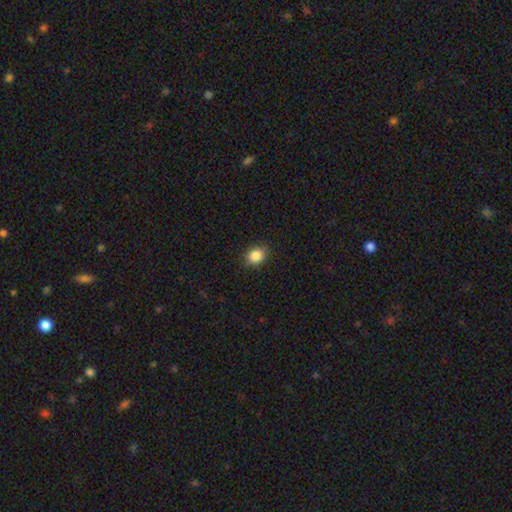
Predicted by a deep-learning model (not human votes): A smooth galaxy with no disk features (87%) that is round (58%).

Vote fractions:
- Smooth or featured? smooth: 87% / star or artifact: 10% / featured or disk: 4%
- How rounded? round: 58% / in between: 41% / cigar-shaped: 1%
- Merging? none: 88% / minor disturbance: 9% / major disturbance: 2% / merger: 1%